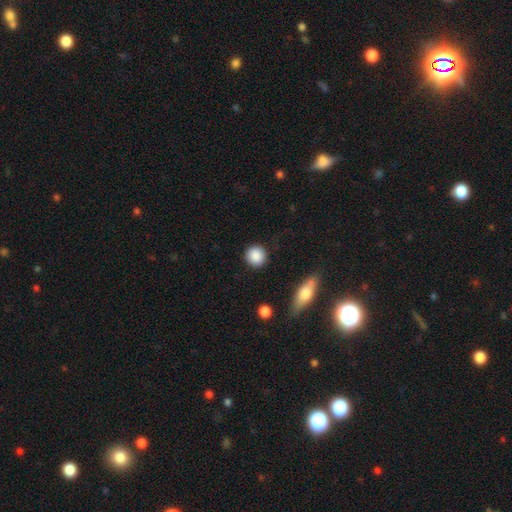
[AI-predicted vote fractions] smooth_or_featured: smooth (p=0.88) [alt: star or artifact p=0.08]
how_rounded: round (p=0.92) [alt: in between p=0.07]
merging: none (p=0.89) [alt: minor disturbance p=0.07]